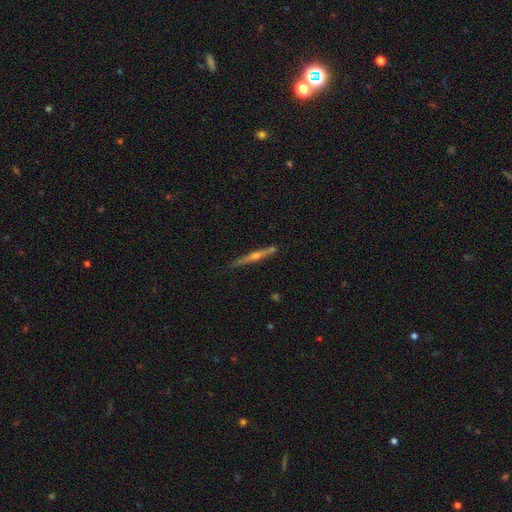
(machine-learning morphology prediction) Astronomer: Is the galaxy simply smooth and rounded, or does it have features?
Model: featured or disk — 74%.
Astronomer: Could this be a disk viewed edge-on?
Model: yes — 98%.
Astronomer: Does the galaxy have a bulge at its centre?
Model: rounded — 85%.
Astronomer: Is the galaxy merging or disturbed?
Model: none — 85%.